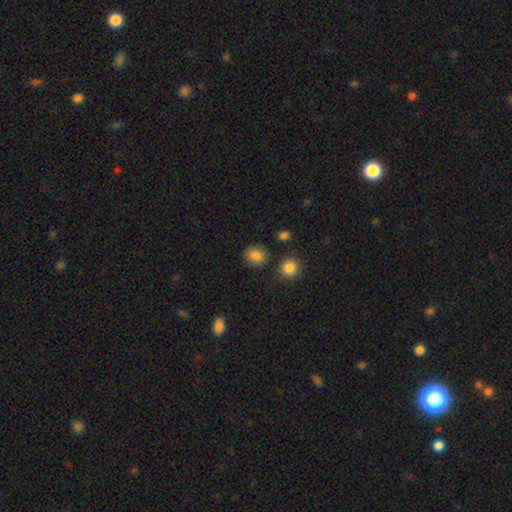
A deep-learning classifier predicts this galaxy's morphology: smooth_or_featured: smooth (p=0.84) [alt: star or artifact p=0.10]
how_rounded: round (p=0.64) [alt: in between p=0.35]
merging: none (p=0.82) [alt: minor disturbance p=0.11]